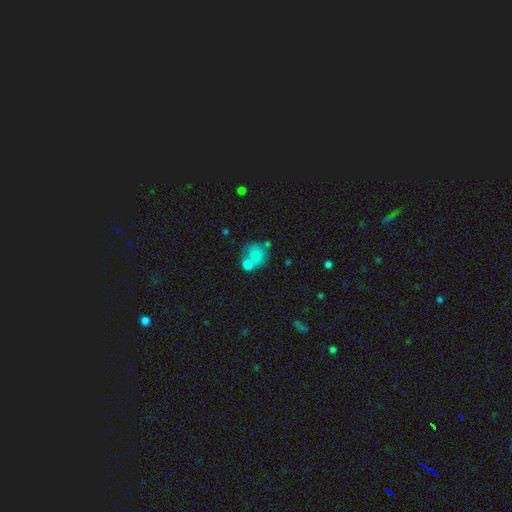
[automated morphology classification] This is likely a smooth galaxy (76%). How rounded: likely round (75%). Merging: marginally none (42%).